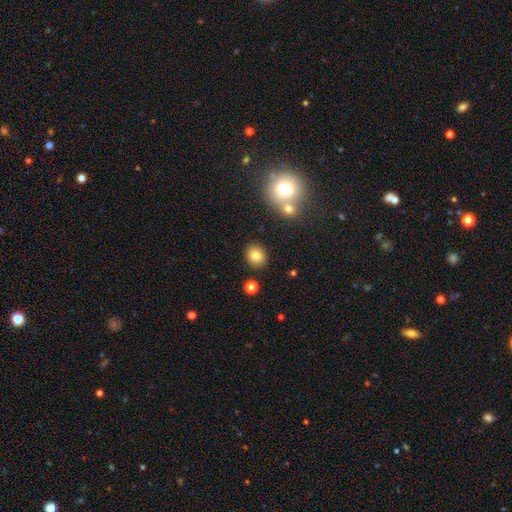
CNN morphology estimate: smooth_or_featured: smooth (p=0.82) [alt: star or artifact p=0.11]
how_rounded: round (p=0.64) [alt: in between p=0.35]
merging: none (p=0.86) [alt: minor disturbance p=0.08]